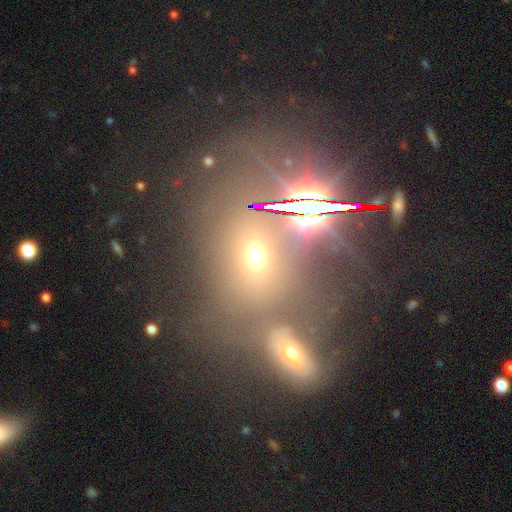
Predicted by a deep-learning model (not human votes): smooth-or-featured: smooth: 51% | star or artifact: 33% | featured or disk: 15%
  how-rounded: in between: 59% | round: 38% | cigar-shaped: 3%
  merging: none: 55% | merger: 22% | minor disturbance: 12% | major disturbance: 10%